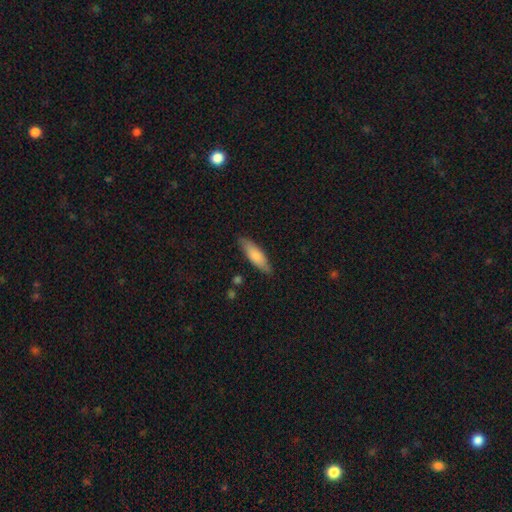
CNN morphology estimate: This is likely a smooth galaxy (79%). How rounded: possibly cigar-shaped (51%). Merging: clearly none (82%).